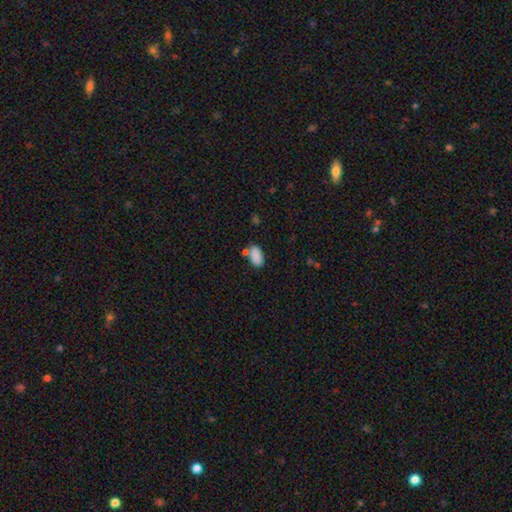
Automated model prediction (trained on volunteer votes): Smooth or featured? smooth (86%)
How rounded? in between (93%)
Merging? none (64%)